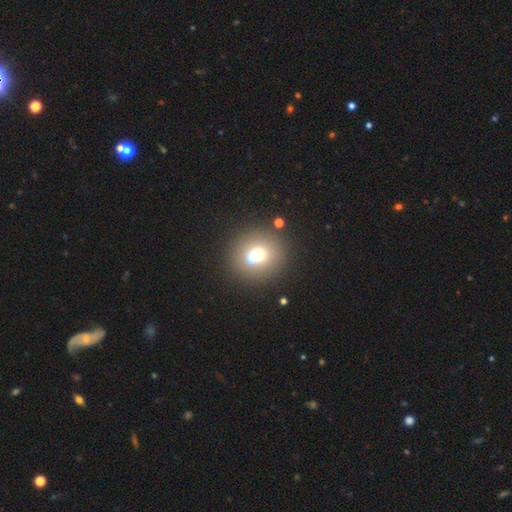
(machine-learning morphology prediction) Q: Smooth or featured?
A: smooth (65%); runner-up: featured or disk (19%)
Q: How rounded?
A: round (91%); runner-up: in between (8%)
Q: Merging?
A: none (56%); runner-up: merger (34%)